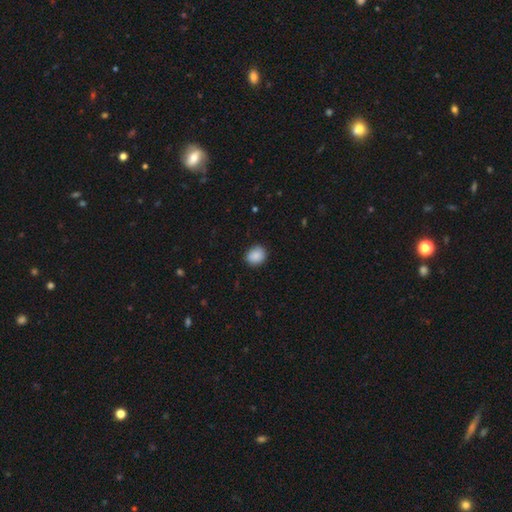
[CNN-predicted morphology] Smooth or featured? Predicted: smooth (p=0.89). How rounded? Predicted: round (p=0.71). Merging? Predicted: none (p=0.86).